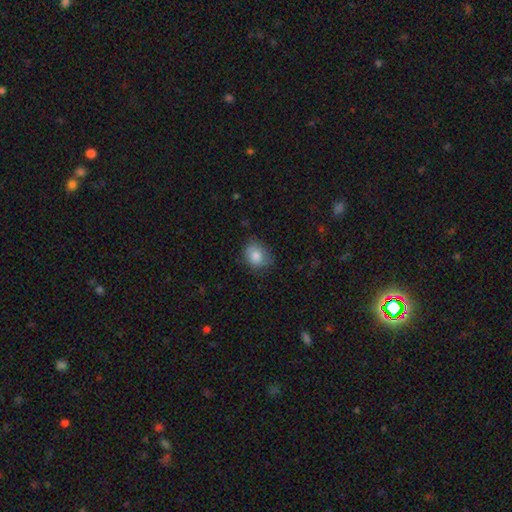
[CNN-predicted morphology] Smooth or featured: smooth — 82% (featured or disk — 10%)
How rounded: round — 52% (in between — 47%)
Merging: none — 67% (minor disturbance — 26%)